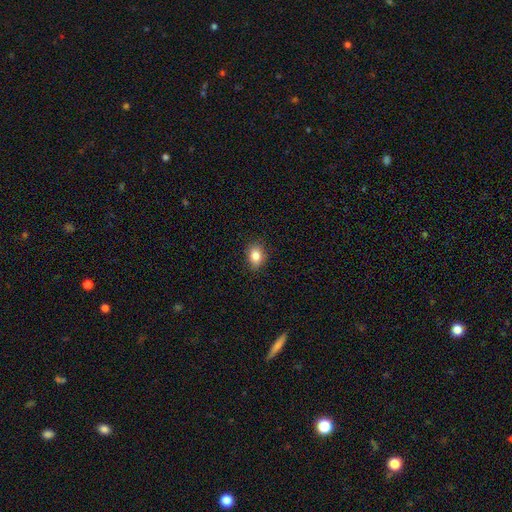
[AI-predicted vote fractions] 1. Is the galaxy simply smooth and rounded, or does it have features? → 84% smooth, 10% star or artifact, 7% featured or disk.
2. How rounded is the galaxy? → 68% in between, 31% round, 2% cigar-shaped.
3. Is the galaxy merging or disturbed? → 85% none, 11% minor disturbance, 2% major disturbance, 1% merger.